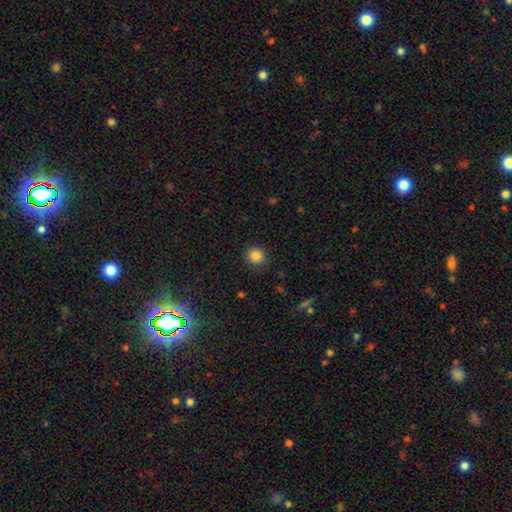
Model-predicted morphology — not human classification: Smooth or featured: smooth — 84% (star or artifact — 11%)
How rounded: round — 92% (in between — 7%)
Merging: none — 87% (minor disturbance — 9%)